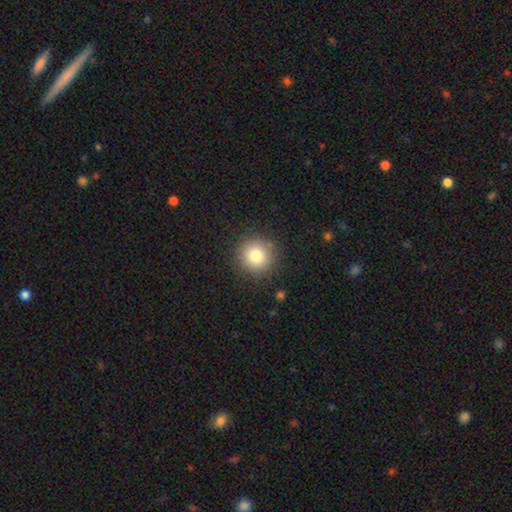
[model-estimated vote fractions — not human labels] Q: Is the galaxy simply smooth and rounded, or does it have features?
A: smooth — 80%.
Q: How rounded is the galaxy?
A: round — 94%.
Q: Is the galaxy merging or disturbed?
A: none — 88%.